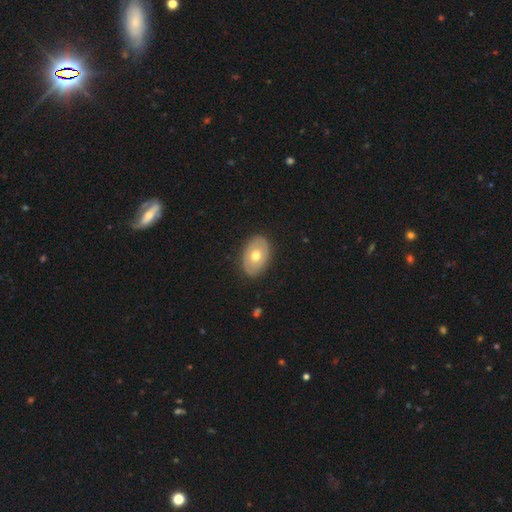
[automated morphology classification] Overall: smooth (56%; featured or disk 39%). How rounded: in between (83%). Merging: none (87%).